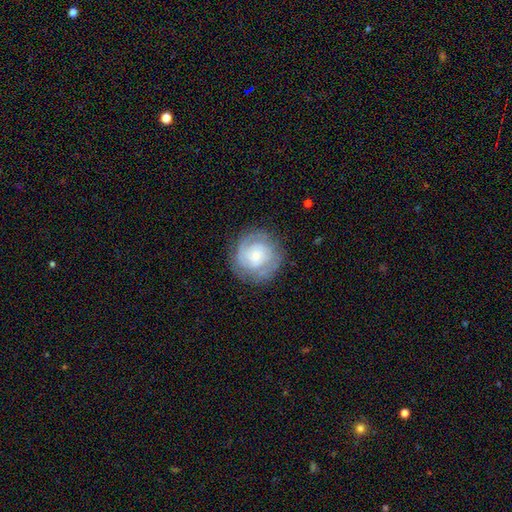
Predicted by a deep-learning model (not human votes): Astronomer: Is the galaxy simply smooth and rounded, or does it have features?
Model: featured or disk — 66%.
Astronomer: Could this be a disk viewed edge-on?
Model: no — 98%.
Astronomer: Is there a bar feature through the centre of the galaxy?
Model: no — 70%.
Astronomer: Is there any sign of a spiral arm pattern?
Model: yes — 87%.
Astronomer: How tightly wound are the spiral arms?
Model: tight — 67%.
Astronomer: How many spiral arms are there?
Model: can't tell — 39% (runner-up: 2, 30%).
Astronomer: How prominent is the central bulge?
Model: small — 59%.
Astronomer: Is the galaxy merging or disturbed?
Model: none — 79%.